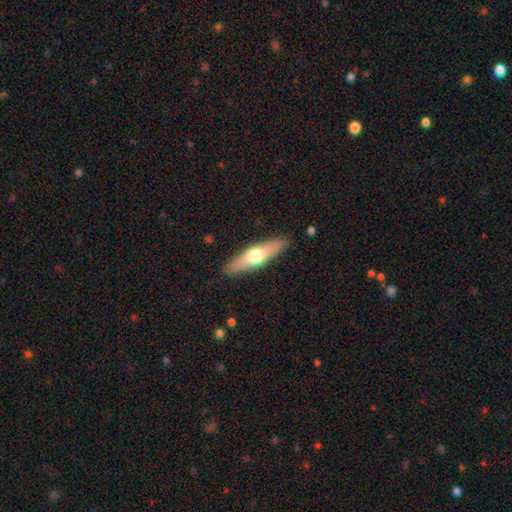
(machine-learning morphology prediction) This is possibly a smooth galaxy (49%). Merging: clearly none (88%).